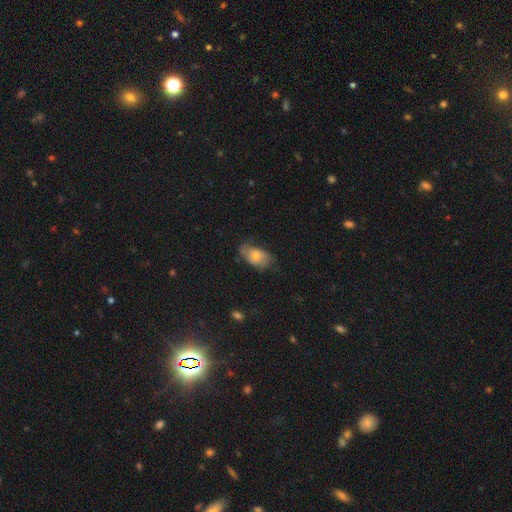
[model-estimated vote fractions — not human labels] The model was most divided on "merging": none: 52%, minor disturbance: 34%, major disturbance: 12%, merger: 2%. More confident: how rounded — in between (91%); smooth or featured — smooth (64%).